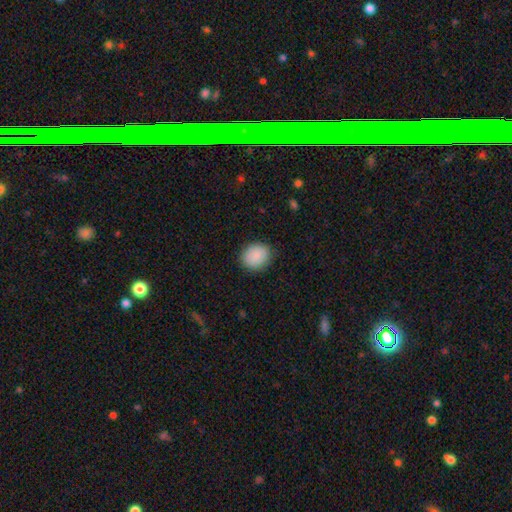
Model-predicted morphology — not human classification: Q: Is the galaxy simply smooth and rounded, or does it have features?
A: smooth — 89%.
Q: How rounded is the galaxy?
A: round — 69%.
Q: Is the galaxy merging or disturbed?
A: none — 87%.